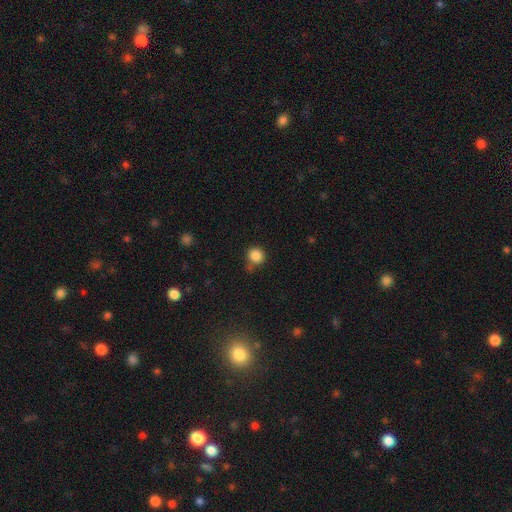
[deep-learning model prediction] Overall: smooth (86%). How rounded: round (91%). Merging: none (72%).